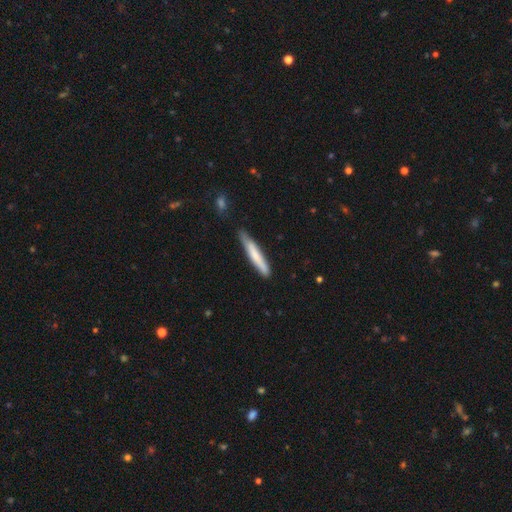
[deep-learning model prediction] Smooth or featured? Predicted: smooth (p=0.71). How rounded? Predicted: cigar-shaped (p=0.94). Merging? Predicted: none (p=0.79).